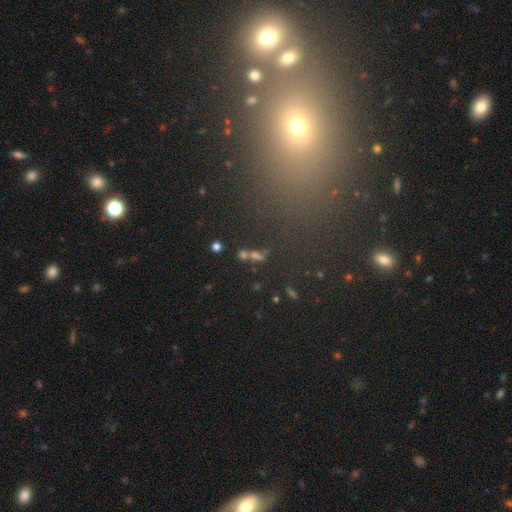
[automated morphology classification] type=smooth (46%); merging=none (55%).